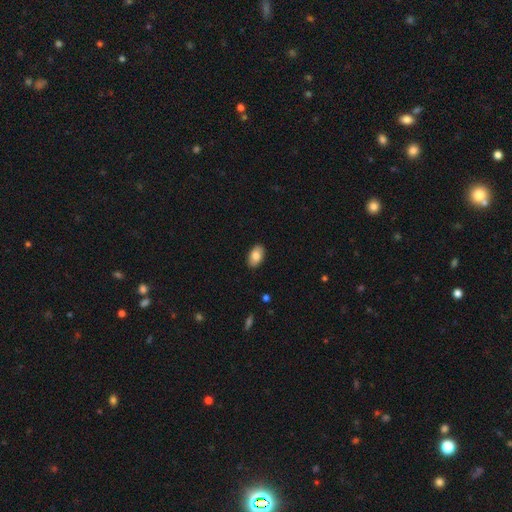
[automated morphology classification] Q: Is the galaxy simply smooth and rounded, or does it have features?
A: smooth — 83%.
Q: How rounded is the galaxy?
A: in between — 93%.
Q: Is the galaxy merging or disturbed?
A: none — 89%.